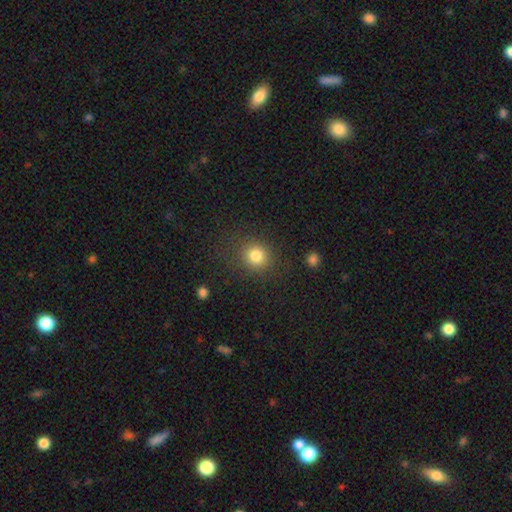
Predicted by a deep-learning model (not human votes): Smooth or featured? smooth (82%)
How rounded? round (79%)
Merging? none (83%)